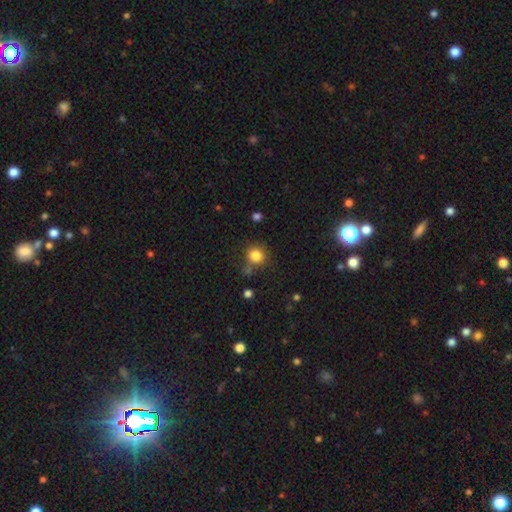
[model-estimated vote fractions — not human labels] smooth-or-featured: smooth: 83% | star or artifact: 11% | featured or disk: 6%
  how-rounded: round: 81% | in between: 18% | cigar-shaped: 1%
  merging: none: 68% | minor disturbance: 17% | merger: 9% | major disturbance: 6%